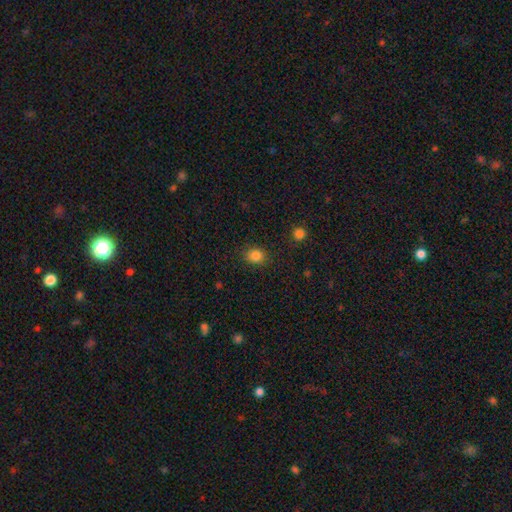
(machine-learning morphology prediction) Smooth or featured? smooth (84%)
How rounded? round (68%)
Merging? none (87%)